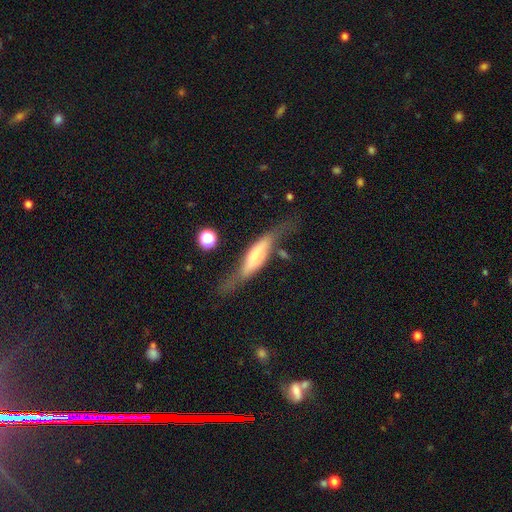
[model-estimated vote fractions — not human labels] Smooth or featured? featured or disk (56%)
Edge-on disk? yes (71%)
Merging? none (54%)